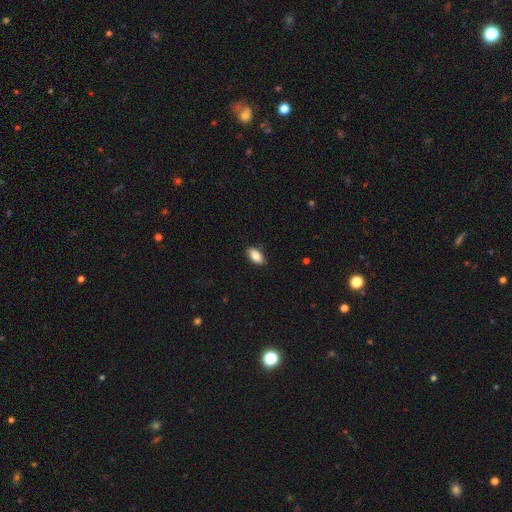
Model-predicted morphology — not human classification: The model was most divided on "smooth or featured": smooth: 84%, featured or disk: 9%, star or artifact: 7%. More confident: how rounded — in between (91%); merging — none (87%).